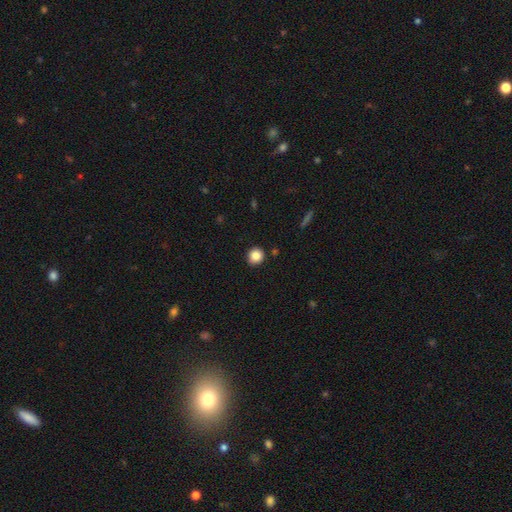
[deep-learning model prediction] Smooth or featured: smooth — 86% (star or artifact — 10%)
How rounded: round — 90% (in between — 9%)
Merging: none — 90% (minor disturbance — 7%)